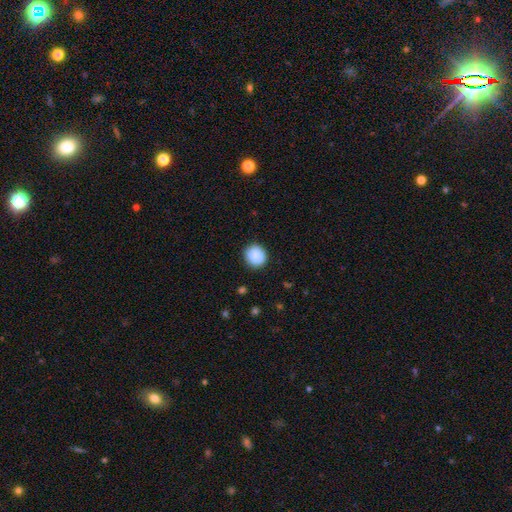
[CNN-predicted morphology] A smooth galaxy with no disk features (88%) that is round (85%). Merging: none (87%).